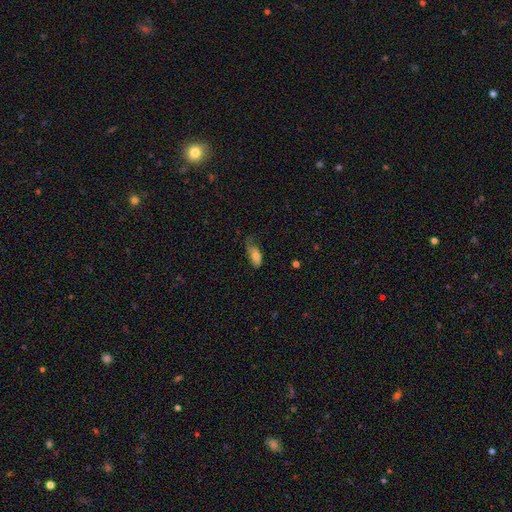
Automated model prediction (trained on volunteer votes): Smooth or featured?
  - smooth: 70% *
  - featured or disk: 23%
  - star or artifact: 8%
How rounded?
  - in between: 87% *
  - cigar-shaped: 10%
  - round: 3%
Merging?
  - none: 38% * (tied)
  - minor disturbance: 38% * (tied)
  - major disturbance: 23%
  - merger: 2%